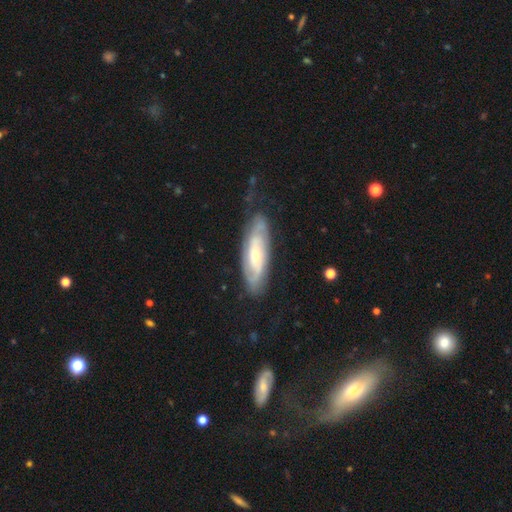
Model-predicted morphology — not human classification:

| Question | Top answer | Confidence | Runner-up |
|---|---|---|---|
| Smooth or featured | featured or disk | 74% | smooth (21%) |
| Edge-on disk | no | 83% | yes (17%) |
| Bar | no | 60% | weak (30%) |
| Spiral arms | yes | 85% | no (15%) |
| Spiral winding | tight | 57% | medium (31%) |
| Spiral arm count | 2 | 46% | can't tell (40%) |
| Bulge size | small | 55% | moderate (41%) |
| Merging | none | 73% | minor disturbance (19%) |